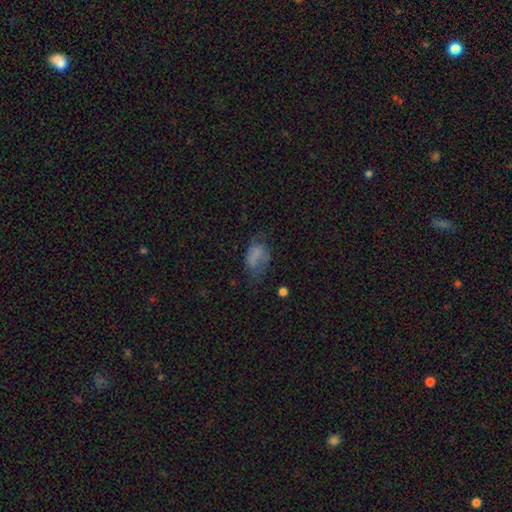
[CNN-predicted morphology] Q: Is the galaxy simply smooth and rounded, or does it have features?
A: smooth — 63%.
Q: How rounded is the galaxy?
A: in between — 85%.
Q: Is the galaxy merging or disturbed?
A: none — 39%.